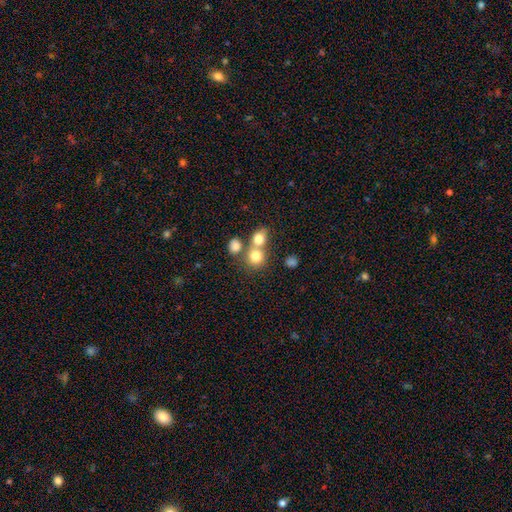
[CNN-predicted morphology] smooth_or_featured: smooth (p=0.77) [alt: star or artifact p=0.12]
how_rounded: round (p=0.80) [alt: in between p=0.19]
merging: none (p=0.45) [alt: merger p=0.44]